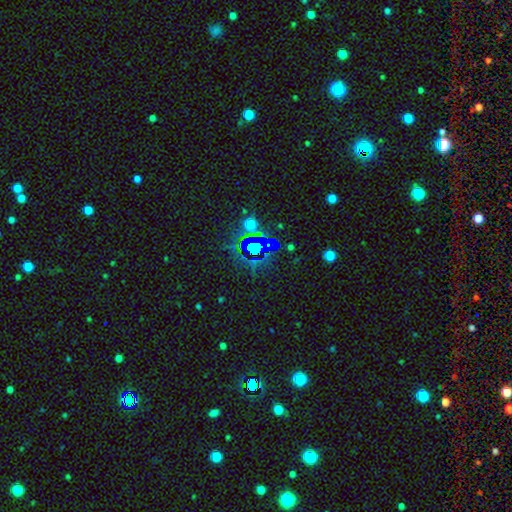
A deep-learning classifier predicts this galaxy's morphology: Smooth or featured?
  - star or artifact: 72% *
  - smooth: 17%
  - featured or disk: 10%